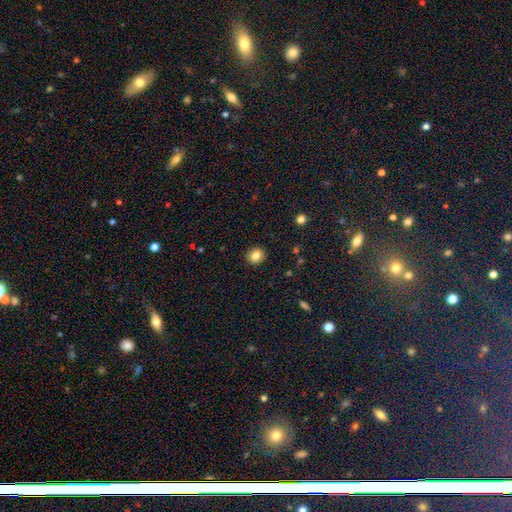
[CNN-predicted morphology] smooth-or-featured: smooth: 83% | star or artifact: 10% | featured or disk: 7%
  how-rounded: round: 76% | in between: 23% | cigar-shaped: 1%
  merging: none: 91% | minor disturbance: 6% | major disturbance: 2% | merger: 1%